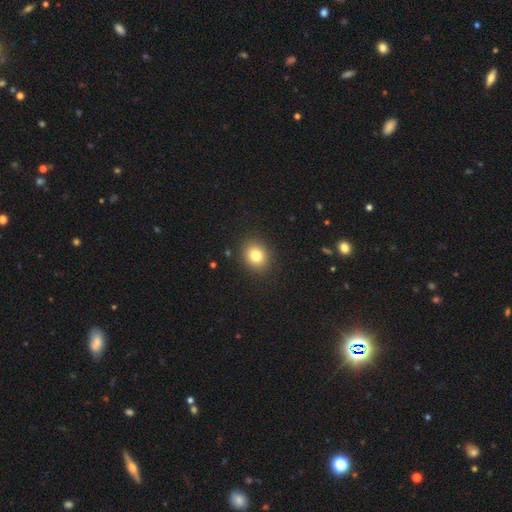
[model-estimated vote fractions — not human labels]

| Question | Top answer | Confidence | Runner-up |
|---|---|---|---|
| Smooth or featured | smooth | 80% | star or artifact (11%) |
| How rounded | round | 62% | in between (37%) |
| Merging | none | 89% | minor disturbance (8%) |